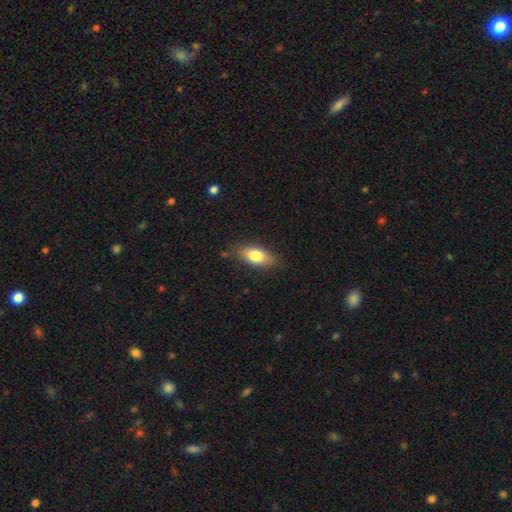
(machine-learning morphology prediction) Q: Smooth or featured?
A: smooth (79%); runner-up: featured or disk (14%)
Q: How rounded?
A: in between (85%); runner-up: cigar-shaped (11%)
Q: Merging?
A: none (82%); runner-up: minor disturbance (14%)